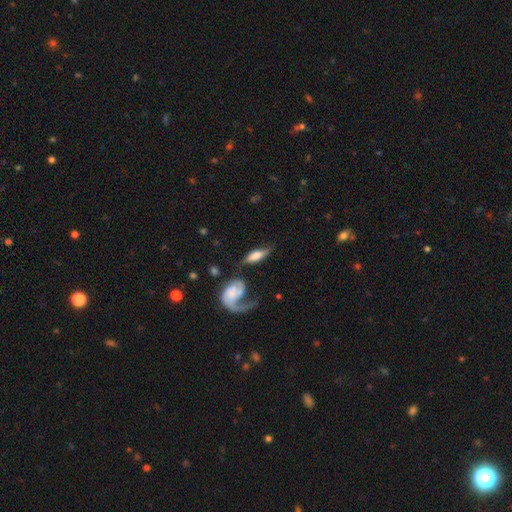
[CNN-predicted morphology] A smooth galaxy with no disk features (55%) that is in between round and cigar-shaped (61%).

Vote fractions:
- Smooth or featured? smooth: 55% / featured or disk: 37% / star or artifact: 7%
- How rounded? in between: 61% / cigar-shaped: 34% / round: 5%
- Merging? none: 51% / minor disturbance: 20% / major disturbance: 16% / merger: 13%